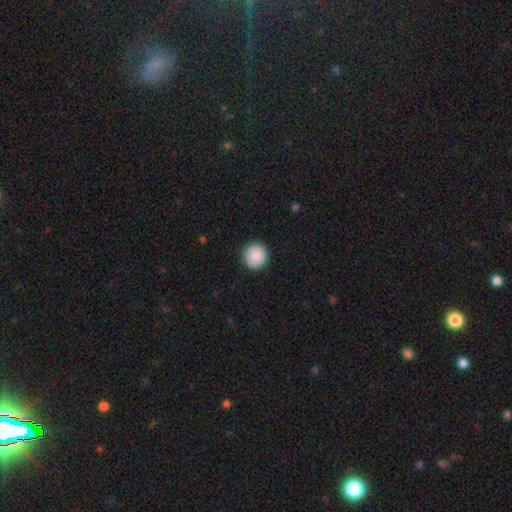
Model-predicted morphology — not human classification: A smooth galaxy with no disk features (87%) that is round (94%).

Vote fractions:
- Smooth or featured? smooth: 87% / star or artifact: 8% / featured or disk: 6%
- How rounded? round: 94% / in between: 5% / cigar-shaped: 1%
- Merging? none: 91% / minor disturbance: 6% / major disturbance: 2% / merger: 1%